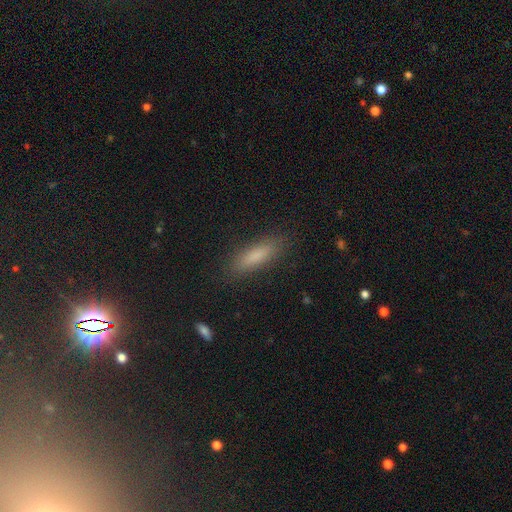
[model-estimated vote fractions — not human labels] This appears to be a smooth galaxy with no disk features (80%) that is cigar-shaped (62%). Merging: none (87%).